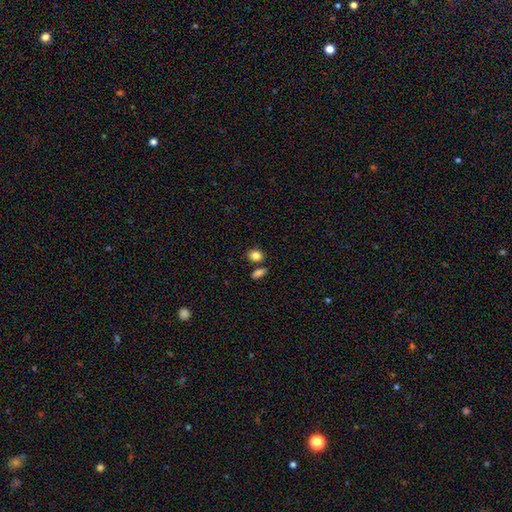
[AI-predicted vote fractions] Q: Smooth or featured?
A: smooth (84%); runner-up: star or artifact (9%)
Q: How rounded?
A: in between (57%); runner-up: round (42%)
Q: Merging?
A: none (76%); runner-up: minor disturbance (11%)